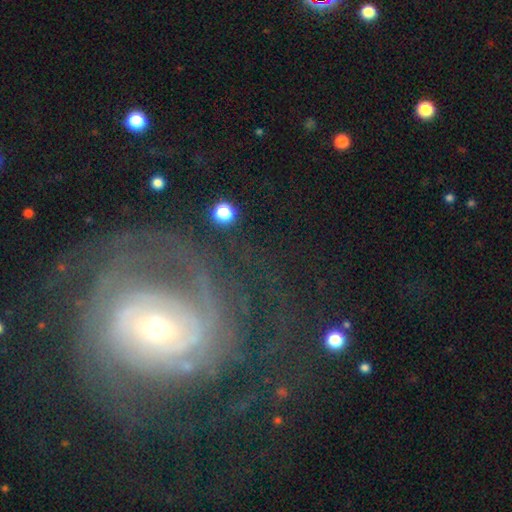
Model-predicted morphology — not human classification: Smooth or featured: featured or disk — 81% (star or artifact — 10%)
Edge-on disk: no — 96% (yes — 4%)
Bar: no — 55% (weak — 29%)
Spiral arms: yes — 89% (no — 11%)
Spiral winding: tight — 59% (medium — 29%)
Spiral arm count: can't tell — 36% (2 — 27%)
Bulge size: small — 64% (moderate — 30%)
Merging: none — 59% (major disturbance — 23%)